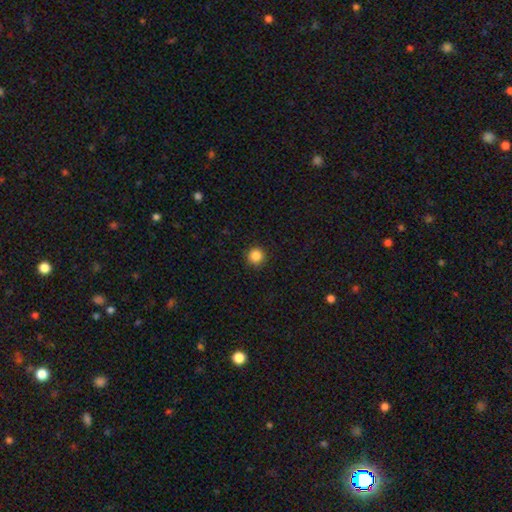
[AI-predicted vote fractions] Smooth or featured?
  - smooth: 86% *
  - star or artifact: 11%
  - featured or disk: 3%
How rounded?
  - round: 95% *
  - in between: 4%
  - cigar-shaped: 1%
Merging?
  - none: 91% *
  - minor disturbance: 6%
  - major disturbance: 2%
  - merger: 1%